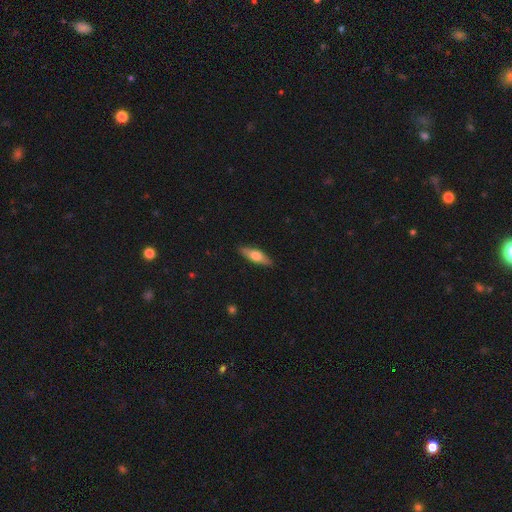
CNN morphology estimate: This appears to be a smooth galaxy with no disk features (56%) that is cigar-shaped (53%). Merging: none (88%).